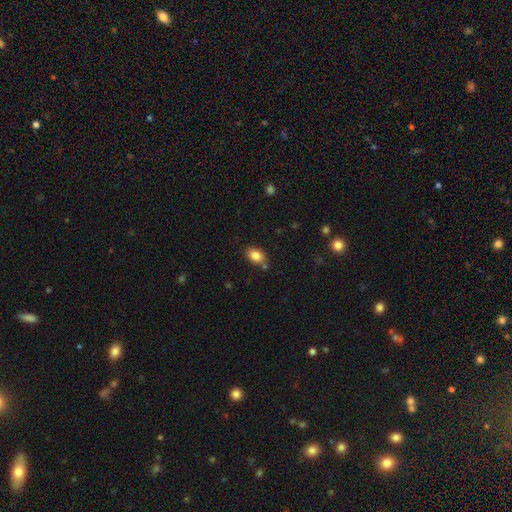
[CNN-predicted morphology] type=smooth (85%); roundness=in between (80%); merging=none (75%).